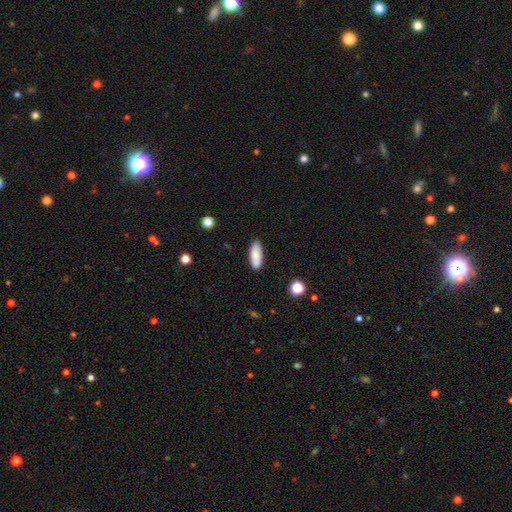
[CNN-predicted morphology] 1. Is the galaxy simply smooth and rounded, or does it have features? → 86% smooth, 7% featured or disk, 7% star or artifact.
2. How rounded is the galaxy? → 76% in between, 22% cigar-shaped, 2% round.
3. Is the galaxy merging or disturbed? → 84% none, 12% minor disturbance, 2% major disturbance, 2% merger.